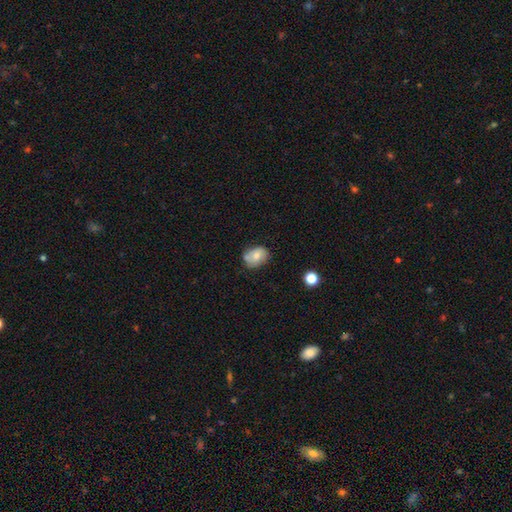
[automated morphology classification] Overall: smooth (67%). How rounded: in between (65%; round 34%). Merging: none (58%; minor disturbance 26%).